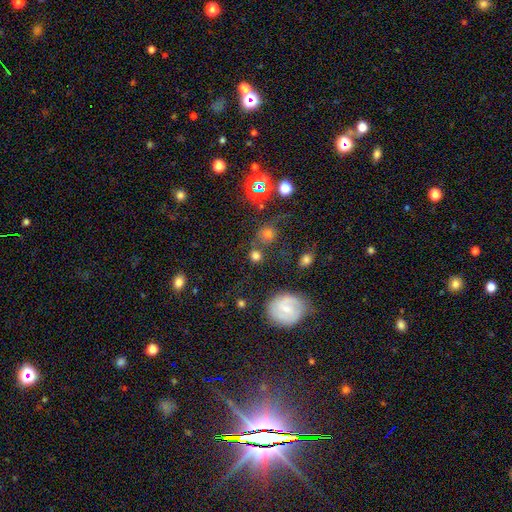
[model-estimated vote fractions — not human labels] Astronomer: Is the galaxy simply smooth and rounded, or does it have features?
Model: smooth — 69%.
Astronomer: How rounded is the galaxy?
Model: round — 84%.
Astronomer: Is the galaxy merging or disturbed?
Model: none — 68%.